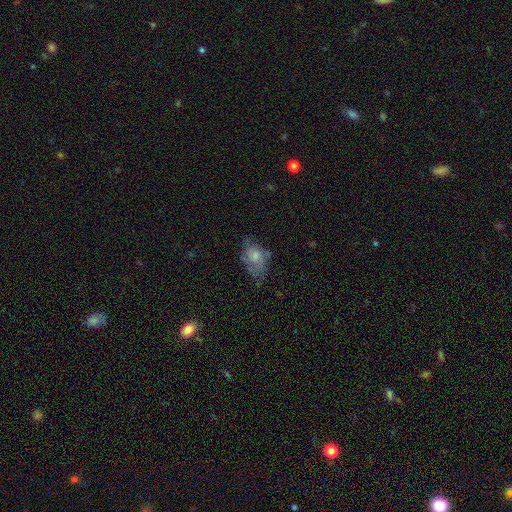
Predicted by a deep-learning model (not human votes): This is possibly a smooth galaxy (45%). Merging: possibly none (51%).